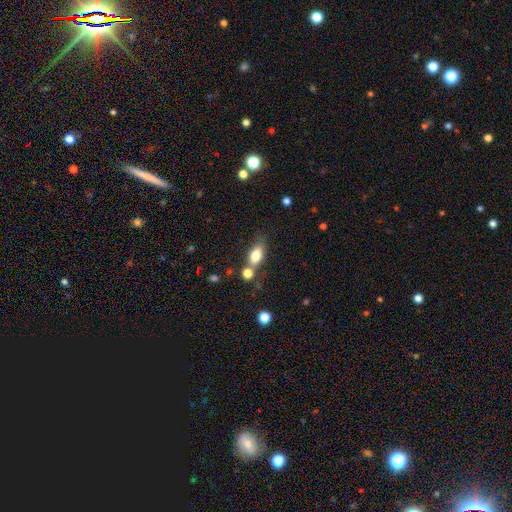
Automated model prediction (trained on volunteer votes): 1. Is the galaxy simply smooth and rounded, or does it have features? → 79% smooth, 12% featured or disk, 9% star or artifact.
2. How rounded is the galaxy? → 81% in between, 10% round, 8% cigar-shaped.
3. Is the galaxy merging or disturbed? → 54% none, 22% merger, 17% minor disturbance, 7% major disturbance.